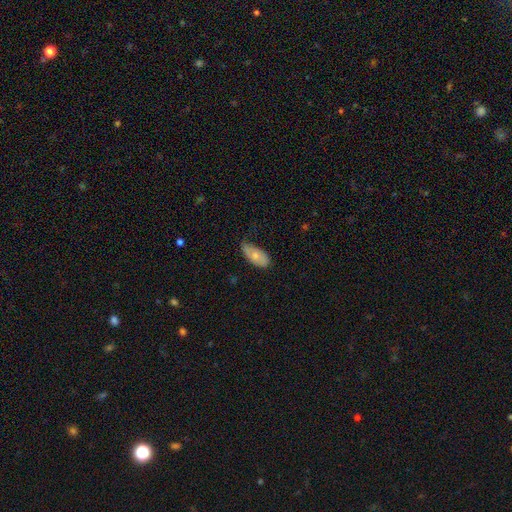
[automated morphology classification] Smooth or featured? smooth (70%)
How rounded? in between (91%)
Merging? none (56%)